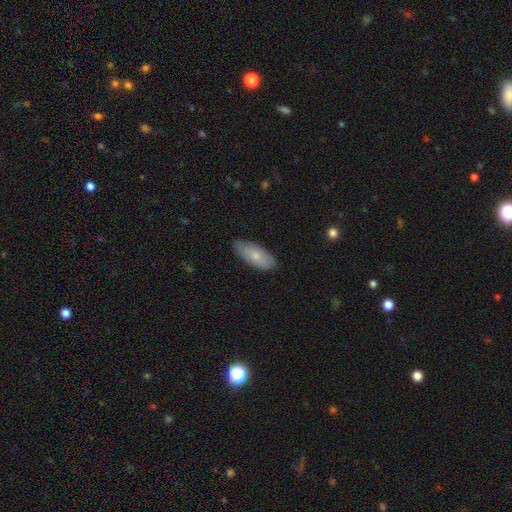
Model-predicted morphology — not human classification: smooth_or_featured: smooth (p=0.73) [alt: featured or disk p=0.21]
how_rounded: in between (p=0.82) [alt: cigar-shaped p=0.15]
merging: none (p=0.85) [alt: minor disturbance p=0.12]